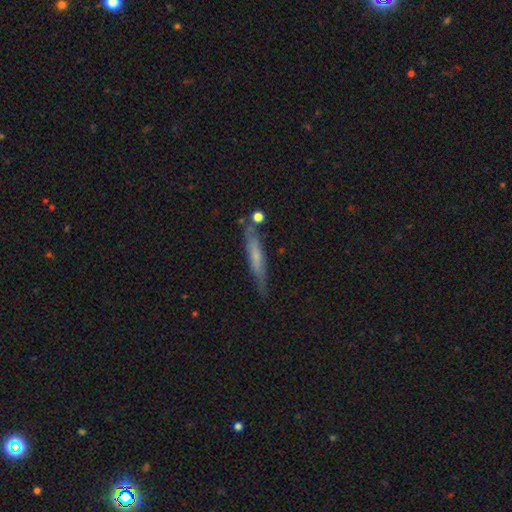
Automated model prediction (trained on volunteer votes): smooth_or_featured: smooth (p=0.50) [alt: featured or disk p=0.43]
merging: none (p=0.75) [alt: minor disturbance p=0.16]